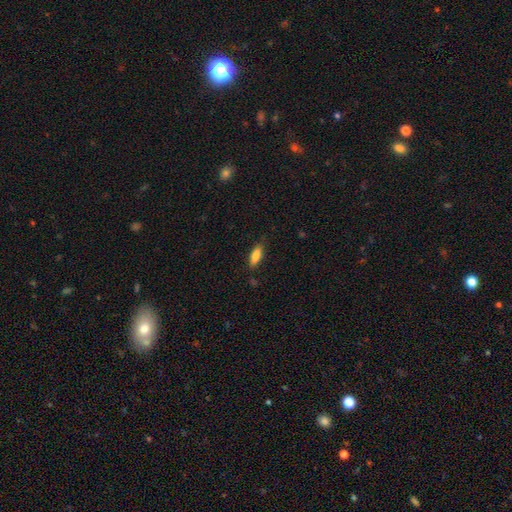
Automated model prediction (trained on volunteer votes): Morphology: type=smooth (81%); roundness=in between (60%); merging=none (81%).